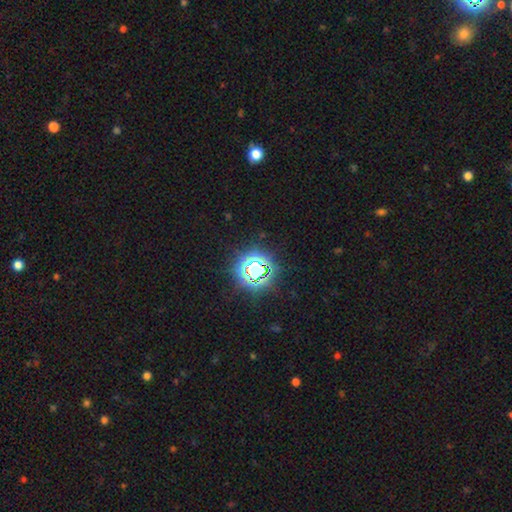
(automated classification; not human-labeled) Smooth or featured: star or artifact — 77% (smooth — 15%)